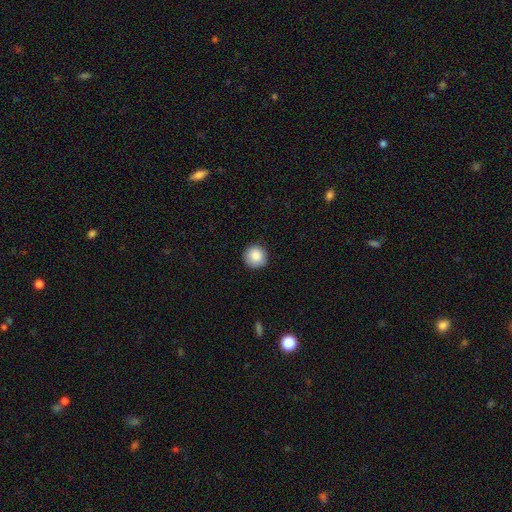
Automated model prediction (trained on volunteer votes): This is clearly a smooth galaxy (87%). How rounded: clearly round (95%). Merging: clearly none (87%).